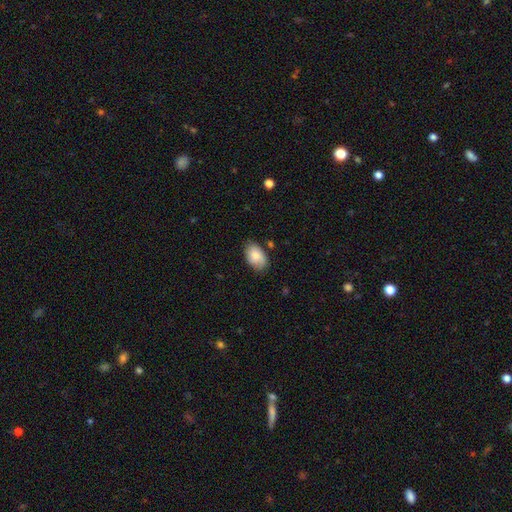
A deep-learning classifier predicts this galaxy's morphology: Overall: smooth (83%). How rounded: in between (90%). Merging: none (76%).